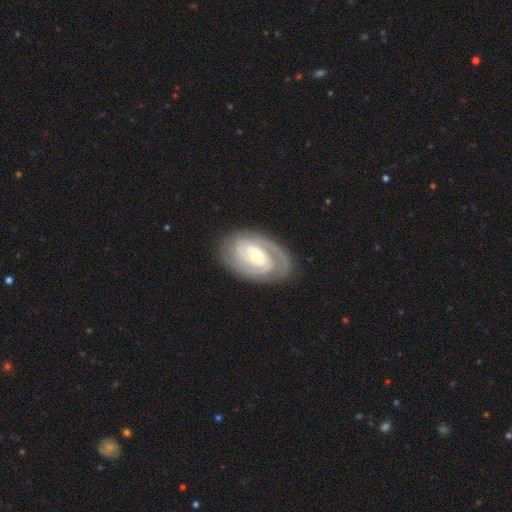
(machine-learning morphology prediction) featured or disk 87%, smooth 9%, star or artifact 4%. Down the decision tree: edge-on disk — no (96%); bar — no (52%); spiral arms — yes (95%); spiral arm count — 2 (55%); spiral winding — tight (73%); bulge size — moderate (60%); merging — none (80%).